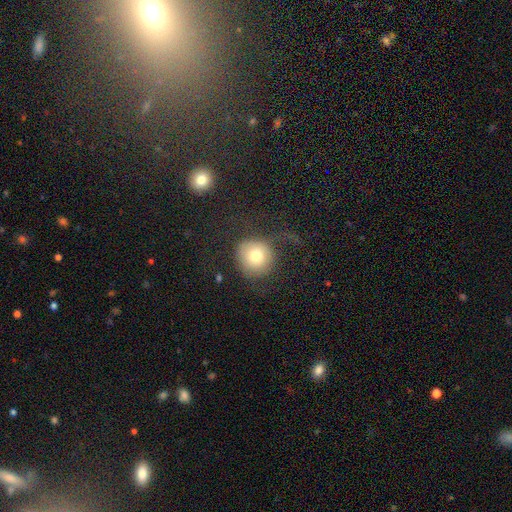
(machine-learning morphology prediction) A smooth galaxy with no disk features (75%) that is round (91%).

Vote fractions:
- Smooth or featured? smooth: 75% / featured or disk: 16% / star or artifact: 9%
- How rounded? round: 91% / in between: 8% / cigar-shaped: 1%
- Merging? none: 51% / major disturbance: 29% / minor disturbance: 18% / merger: 2%